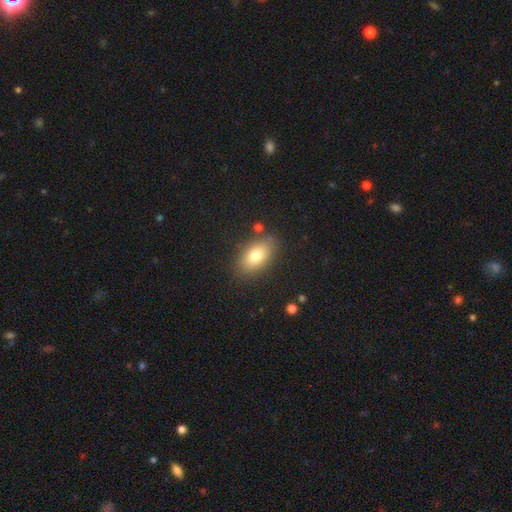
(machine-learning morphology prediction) The model was most divided on "smooth or featured": smooth: 77%, featured or disk: 14%, star or artifact: 9%. More confident: how rounded — in between (88%); merging — none (83%).